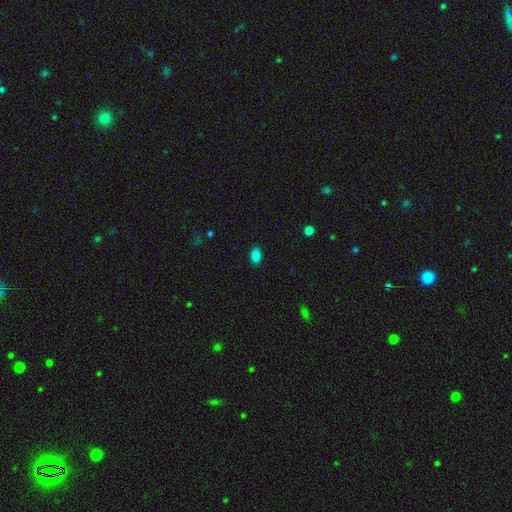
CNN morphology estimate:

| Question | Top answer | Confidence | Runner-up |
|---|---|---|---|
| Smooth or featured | smooth | 85% | star or artifact (11%) |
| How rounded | in between | 84% | round (15%) |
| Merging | none | 88% | minor disturbance (8%) |